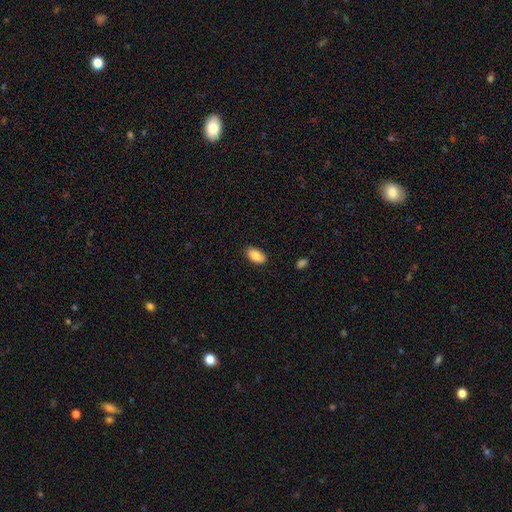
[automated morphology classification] type=smooth (85%); roundness=in between (94%); merging=none (86%).